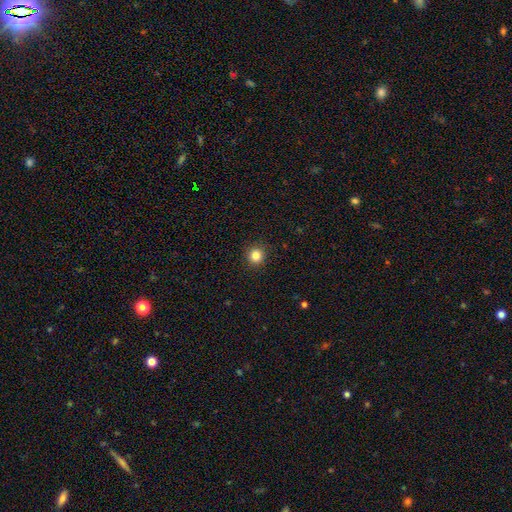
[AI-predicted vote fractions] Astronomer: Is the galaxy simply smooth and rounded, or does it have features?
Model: smooth — 84%.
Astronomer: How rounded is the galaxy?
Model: round — 94%.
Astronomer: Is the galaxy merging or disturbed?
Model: none — 92%.